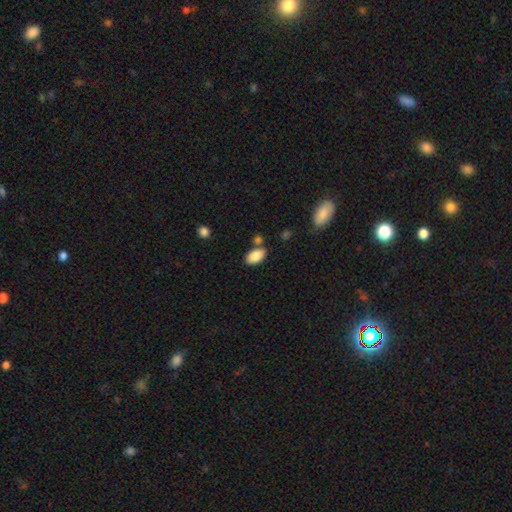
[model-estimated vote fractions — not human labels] Q: Smooth or featured?
A: smooth (87%); runner-up: star or artifact (7%)
Q: How rounded?
A: in between (94%); runner-up: round (4%)
Q: Merging?
A: none (73%); runner-up: minor disturbance (13%)